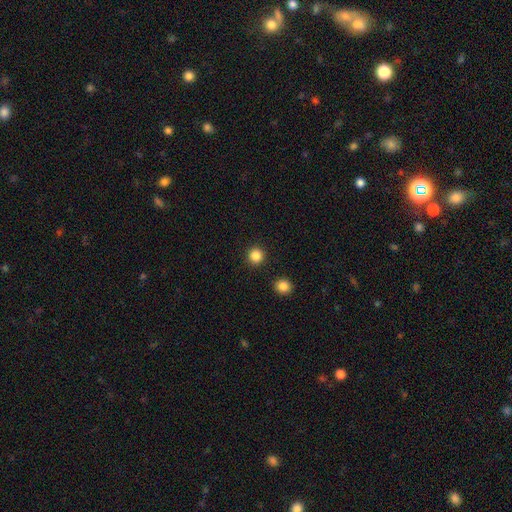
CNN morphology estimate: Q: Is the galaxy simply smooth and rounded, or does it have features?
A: smooth — 85%.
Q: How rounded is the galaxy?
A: round — 94%.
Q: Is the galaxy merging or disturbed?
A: none — 92%.